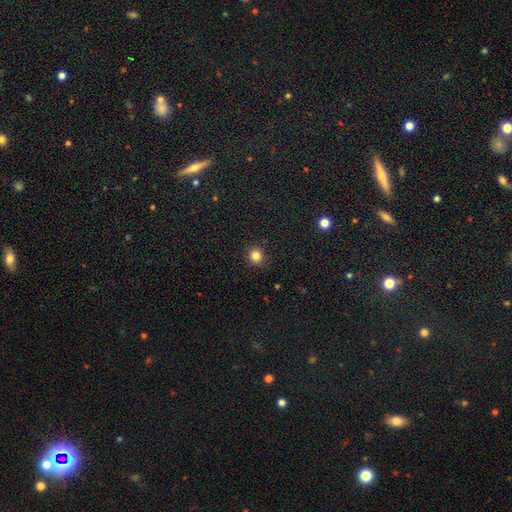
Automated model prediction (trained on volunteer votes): Morphology: type=smooth (83%); roundness=round (90%); merging=none (90%).